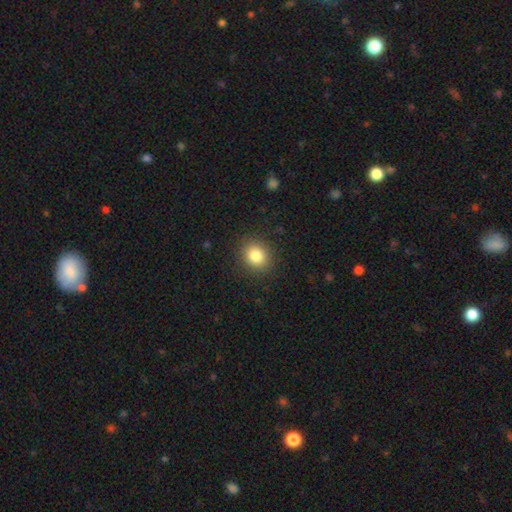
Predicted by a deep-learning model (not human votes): This is clearly a smooth galaxy (83%). How rounded: likely round (73%). Merging: clearly none (89%).